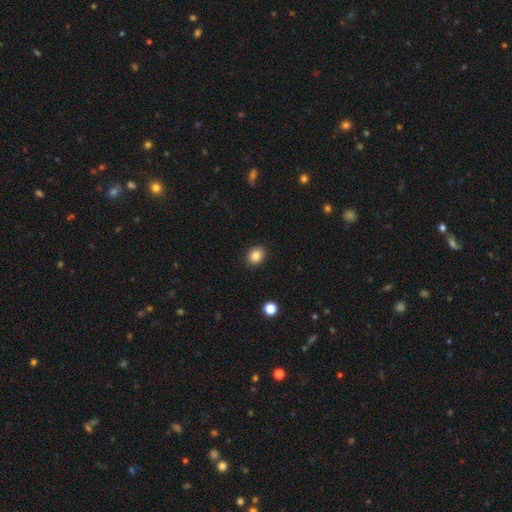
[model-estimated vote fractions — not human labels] Smooth or featured? Predicted: smooth (p=0.86). How rounded? Predicted: in between (p=0.58). Merging? Predicted: none (p=0.89).